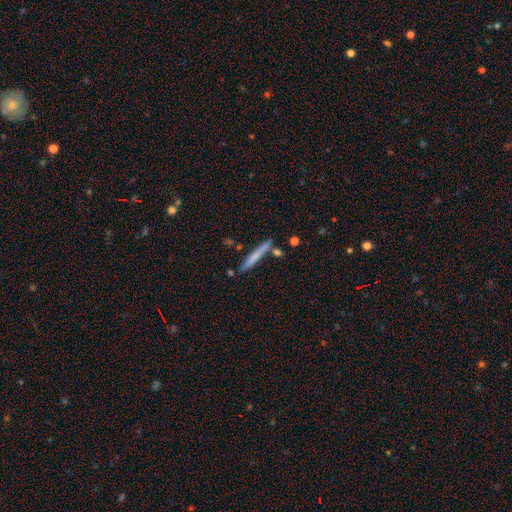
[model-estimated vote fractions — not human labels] Overall: smooth (62%; featured or disk 32%). How rounded: cigar-shaped (96%). Merging: none (81%).